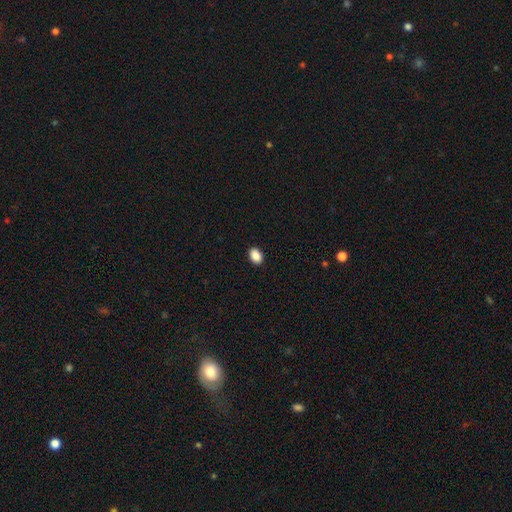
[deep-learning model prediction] The model was most divided on "how rounded": in between: 80%, round: 19%, cigar-shaped: 1%. More confident: merging — none (91%); smooth or featured — smooth (89%).